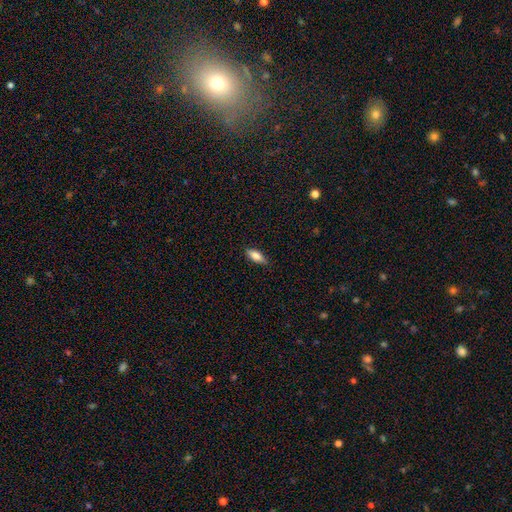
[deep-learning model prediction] Q: Smooth or featured?
A: smooth (80%); runner-up: featured or disk (13%)
Q: How rounded?
A: in between (73%); runner-up: cigar-shaped (25%)
Q: Merging?
A: none (83%); runner-up: minor disturbance (14%)